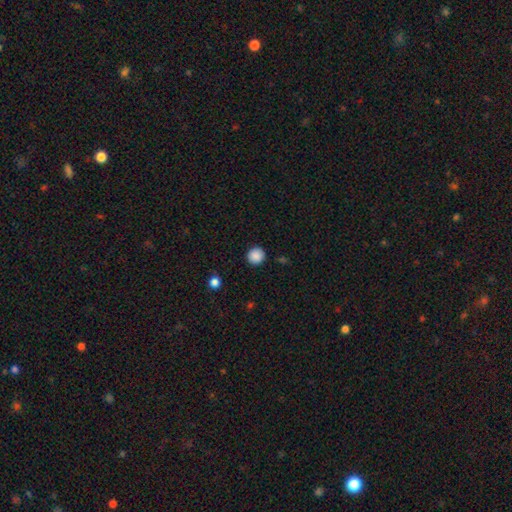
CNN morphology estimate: Overall: smooth (88%). How rounded: round (93%). Merging: none (91%).